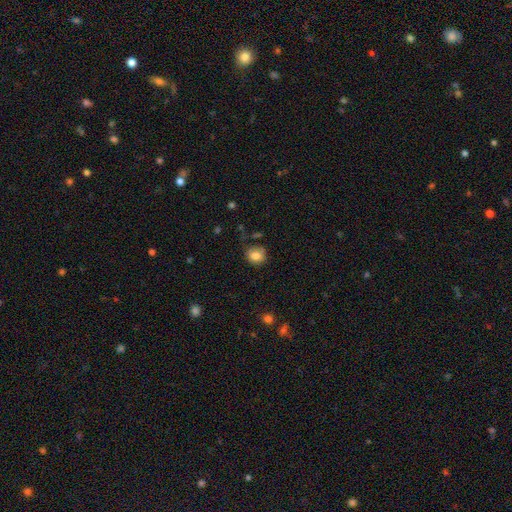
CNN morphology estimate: Q: Smooth or featured?
A: smooth (82%); runner-up: star or artifact (10%)
Q: How rounded?
A: round (78%); runner-up: in between (21%)
Q: Merging?
A: none (70%); runner-up: minor disturbance (21%)